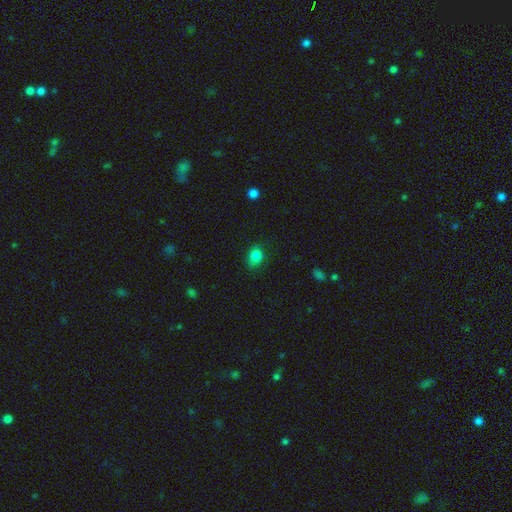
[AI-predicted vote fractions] A smooth galaxy with no disk features (84%) that is round (50%).

Vote fractions:
- Smooth or featured? smooth: 84% / star or artifact: 11% / featured or disk: 5%
- How rounded? round: 50% / in between: 49% / cigar-shaped: 1%
- Merging? none: 77% / minor disturbance: 18% / major disturbance: 4% / merger: 1%